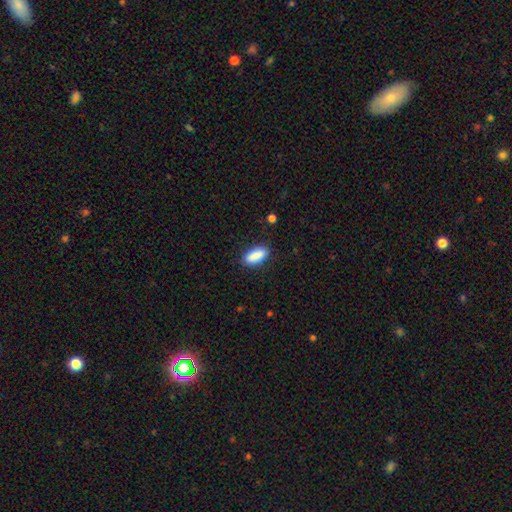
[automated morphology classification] Smooth or featured? Predicted: smooth (p=0.88). How rounded? Predicted: in between (p=0.76). Merging? Predicted: none (p=0.86).